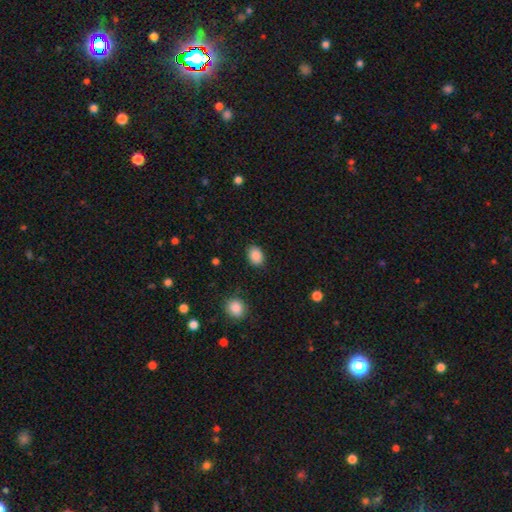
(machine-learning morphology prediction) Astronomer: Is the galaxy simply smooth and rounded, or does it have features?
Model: smooth — 88%.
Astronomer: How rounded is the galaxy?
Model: in between — 72%.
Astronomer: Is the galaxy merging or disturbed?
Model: none — 86%.